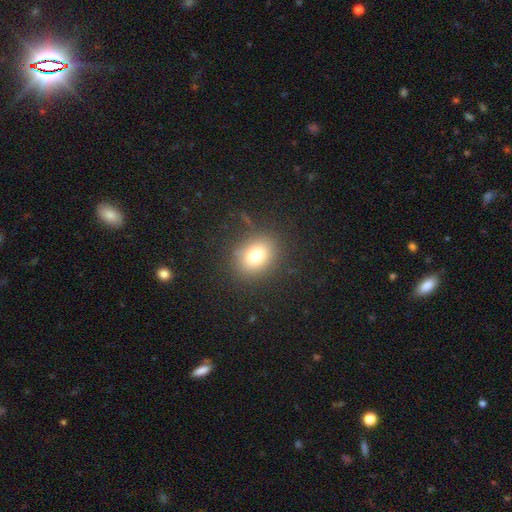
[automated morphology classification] Smooth or featured: smooth — 75% (star or artifact — 14%)
How rounded: round — 54% (in between — 44%)
Merging: none — 85% (minor disturbance — 9%)